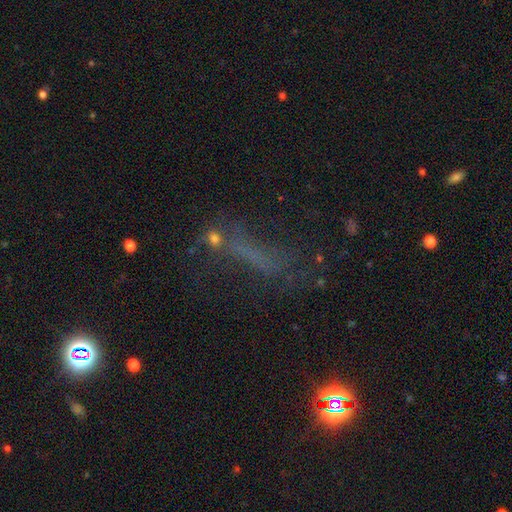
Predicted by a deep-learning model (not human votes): Smooth or featured? star or artifact (40%)